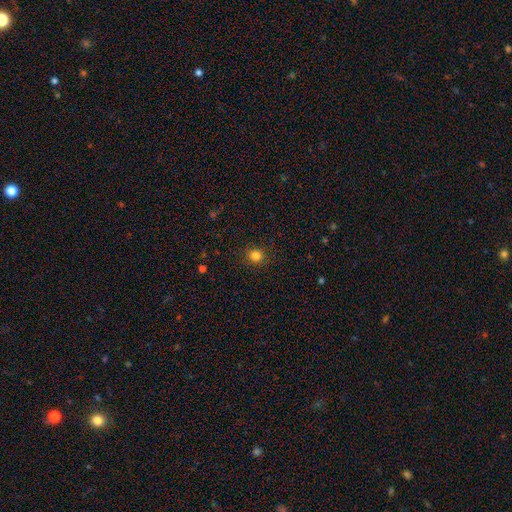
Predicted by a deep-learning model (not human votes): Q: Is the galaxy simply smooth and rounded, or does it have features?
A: smooth — 83%.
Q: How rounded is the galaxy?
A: round — 88%.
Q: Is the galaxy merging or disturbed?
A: none — 89%.